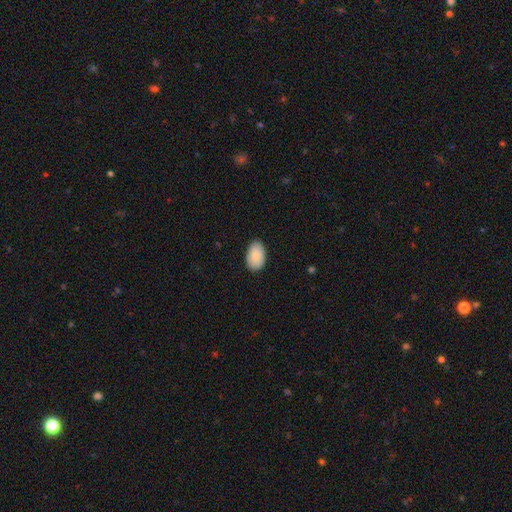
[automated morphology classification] A smooth galaxy with no disk features (88%) that is in between round and cigar-shaped (93%). Merging: none (84%).